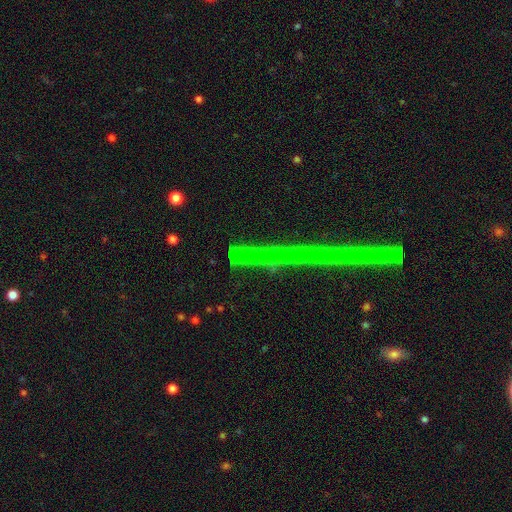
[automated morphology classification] A star or artifact, not a galaxy (70%).

Vote fractions:
- Smooth or featured? star or artifact: 70% / featured or disk: 20% / smooth: 10%